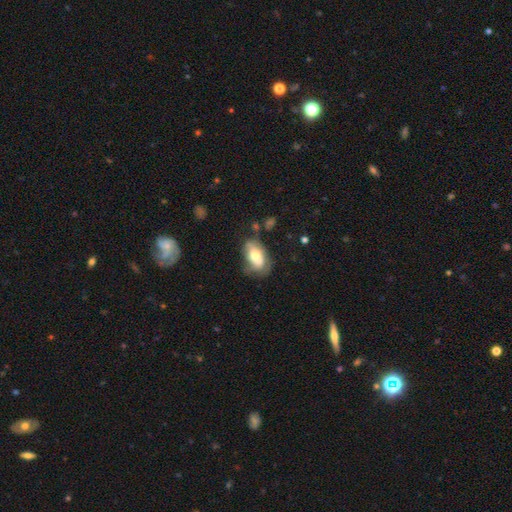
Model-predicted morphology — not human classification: This is likely a smooth galaxy (64%). How rounded: clearly in between (91%). Merging: possibly none (52%).